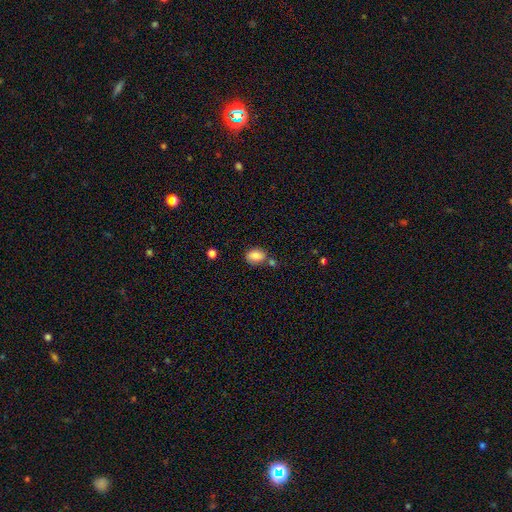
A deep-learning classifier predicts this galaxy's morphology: Smooth or featured?
  - smooth: 84% *
  - star or artifact: 9%
  - featured or disk: 8%
How rounded?
  - in between: 66% *
  - round: 32%
  - cigar-shaped: 1%
Merging?
  - none: 60% *
  - minor disturbance: 18%
  - merger: 17%
  - major disturbance: 5%